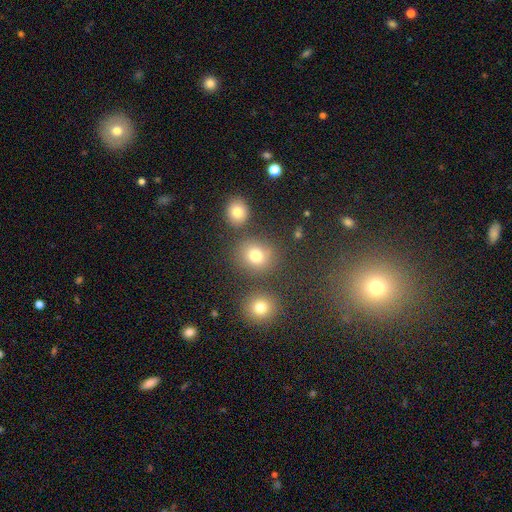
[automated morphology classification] Overall: smooth (77%). How rounded: round (79%). Merging: none (75%).